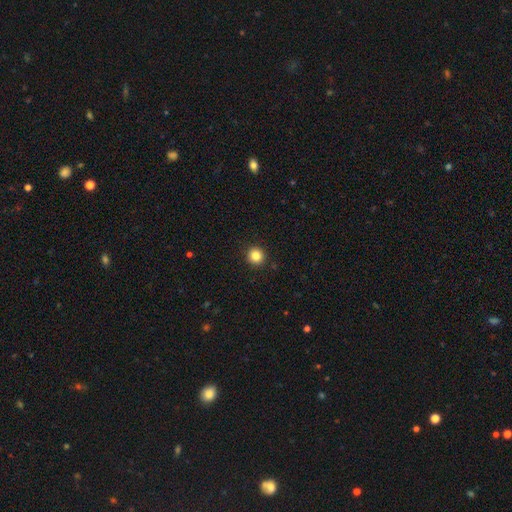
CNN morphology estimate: smooth-or-featured: smooth: 85% | star or artifact: 11% | featured or disk: 4%
  how-rounded: round: 94% | in between: 5% | cigar-shaped: 1%
  merging: none: 92% | minor disturbance: 5% | major disturbance: 2% | merger: 1%